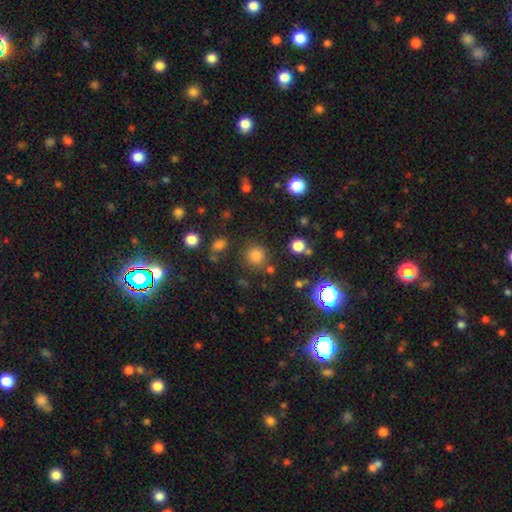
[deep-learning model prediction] Overall: smooth (78%). How rounded: round (89%). Merging: none (79%).